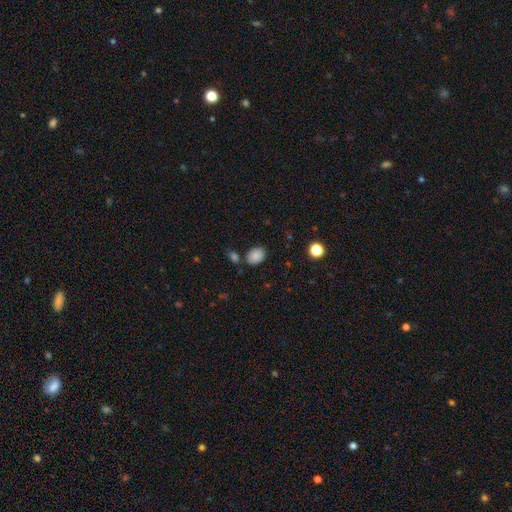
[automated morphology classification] Smooth or featured?
  - smooth: 86% *
  - star or artifact: 9%
  - featured or disk: 5%
How rounded?
  - in between: 71% *
  - round: 28%
  - cigar-shaped: 1%
Merging?
  - none: 76% *
  - minor disturbance: 12%
  - merger: 9%
  - major disturbance: 3%